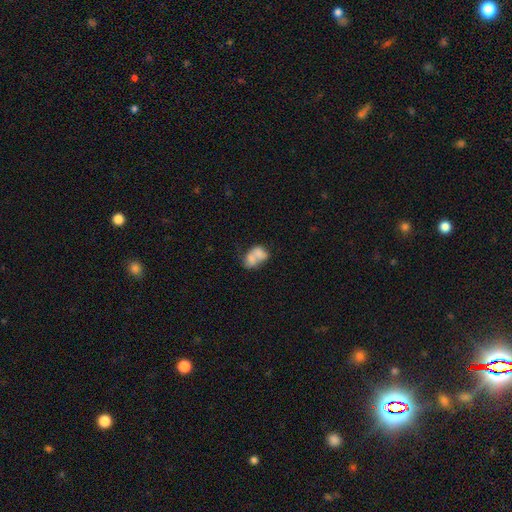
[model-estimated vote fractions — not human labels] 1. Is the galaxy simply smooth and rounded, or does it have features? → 64% smooth, 27% featured or disk, 9% star or artifact.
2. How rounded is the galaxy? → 75% in between, 23% round, 2% cigar-shaped.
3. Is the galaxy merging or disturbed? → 58% merger, 20% none, 13% minor disturbance, 10% major disturbance.